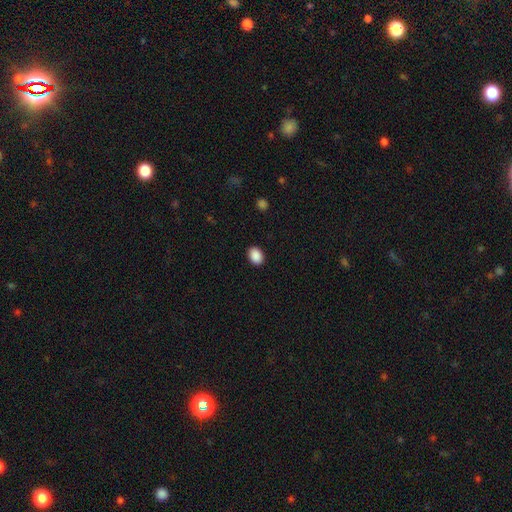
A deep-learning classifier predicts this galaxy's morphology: Smooth or featured?
  - smooth: 90% *
  - star or artifact: 8%
  - featured or disk: 2%
How rounded?
  - in between: 72% *
  - round: 28%
  - cigar-shaped: 1%
Merging?
  - none: 90% *
  - minor disturbance: 7%
  - major disturbance: 2%
  - merger: 1%